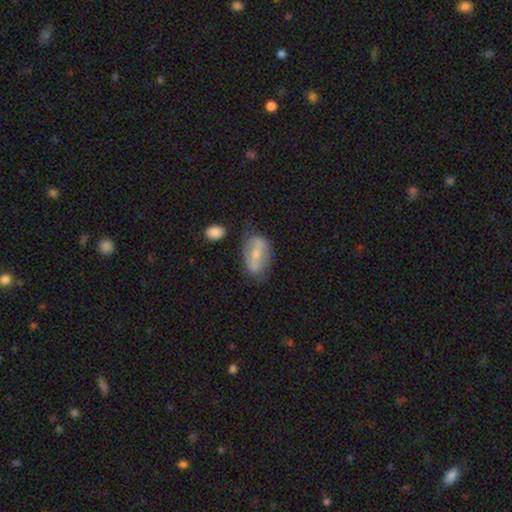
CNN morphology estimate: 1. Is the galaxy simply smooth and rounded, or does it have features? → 59% featured or disk, 34% smooth, 8% star or artifact.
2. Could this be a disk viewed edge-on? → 88% no, 12% yes.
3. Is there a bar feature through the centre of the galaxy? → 56% strong, 26% weak, 18% no.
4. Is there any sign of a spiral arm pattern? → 51% no, 49% yes.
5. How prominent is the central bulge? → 49% small, 46% moderate, 3% none, 2% large, 1% dominant.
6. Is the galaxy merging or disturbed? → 66% none, 22% minor disturbance, 7% major disturbance, 4% merger.